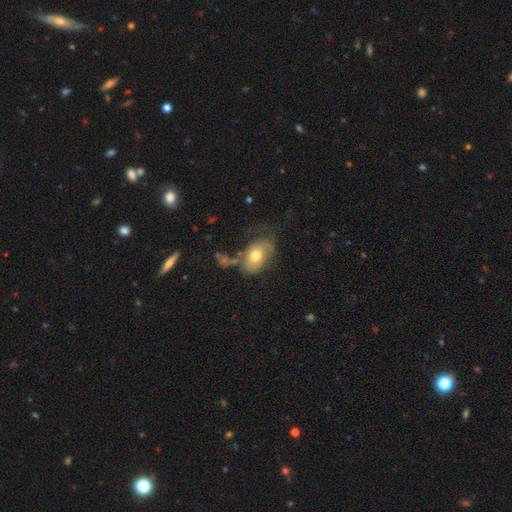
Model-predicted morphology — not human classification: The model was most divided on "merging": none: 46%, minor disturbance: 29%, major disturbance: 18%, merger: 8%. More confident: how rounded — in between (85%); smooth or featured — smooth (64%).